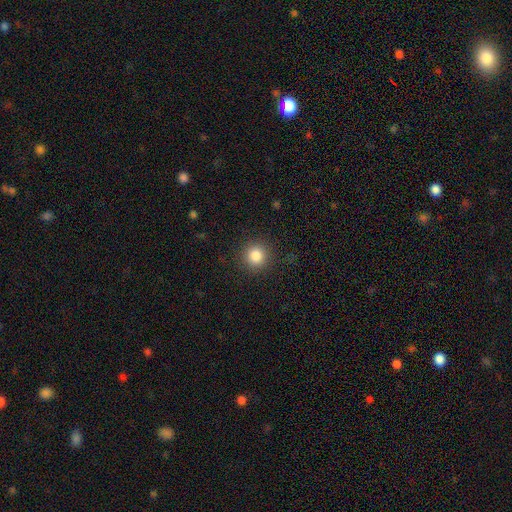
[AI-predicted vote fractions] This appears to be a smooth galaxy with no disk features (84%) that is round (93%). Merging: none (89%).